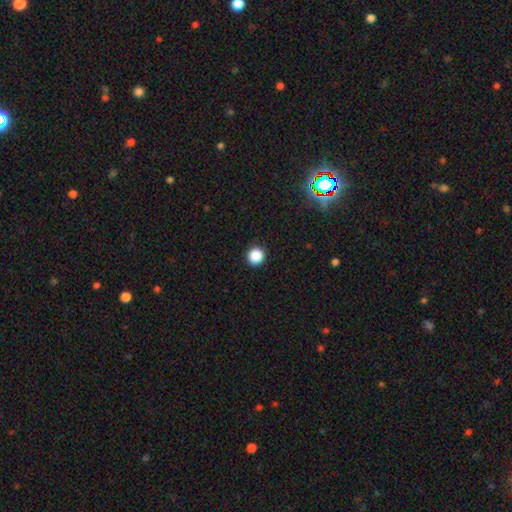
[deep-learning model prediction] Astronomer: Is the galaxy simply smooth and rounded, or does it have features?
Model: smooth — 87%.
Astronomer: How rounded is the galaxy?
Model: round — 95%.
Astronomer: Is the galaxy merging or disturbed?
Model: none — 93%.